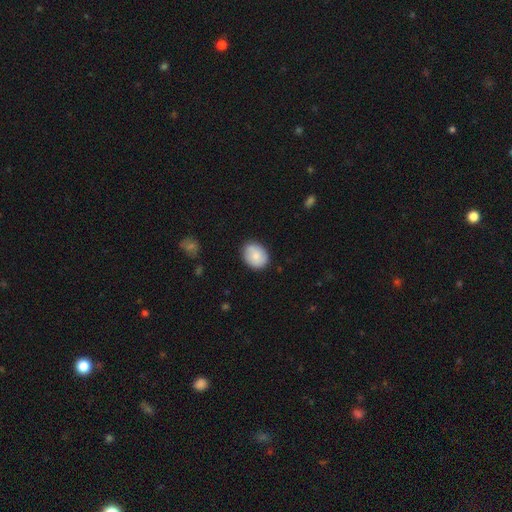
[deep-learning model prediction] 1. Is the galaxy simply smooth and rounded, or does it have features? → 78% smooth, 15% featured or disk, 7% star or artifact.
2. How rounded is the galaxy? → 53% in between, 47% round, 1% cigar-shaped.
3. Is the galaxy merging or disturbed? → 80% none, 16% minor disturbance, 3% major disturbance, 1% merger.